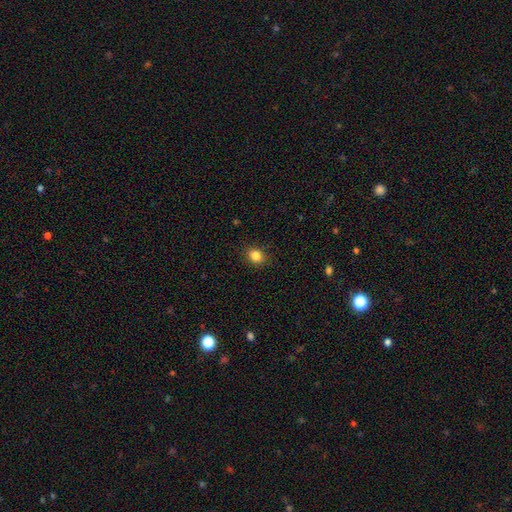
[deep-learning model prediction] The model was most divided on "how rounded": round: 56%, in between: 43%, cigar-shaped: 1%. More confident: merging — none (89%); smooth or featured — smooth (84%).